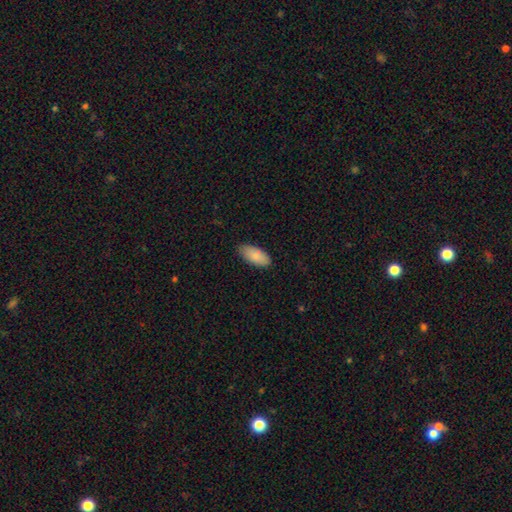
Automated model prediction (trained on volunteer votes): Morphology: type=smooth (88%); roundness=in between (91%); merging=none (84%).